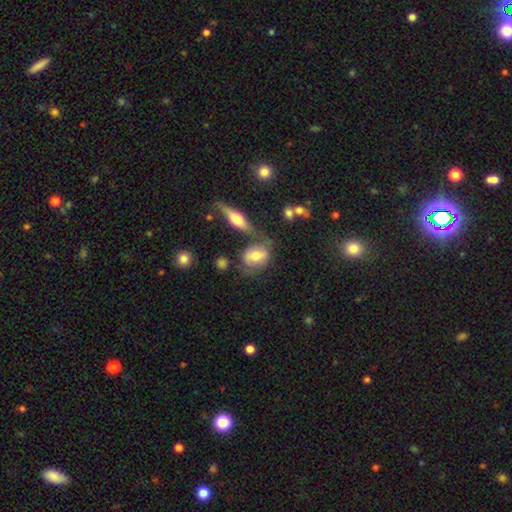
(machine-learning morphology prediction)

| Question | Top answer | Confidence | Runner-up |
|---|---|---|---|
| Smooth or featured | smooth | 59% | featured or disk (32%) |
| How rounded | in between | 68% | round (29%) |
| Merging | none | 52% | minor disturbance (22%) |